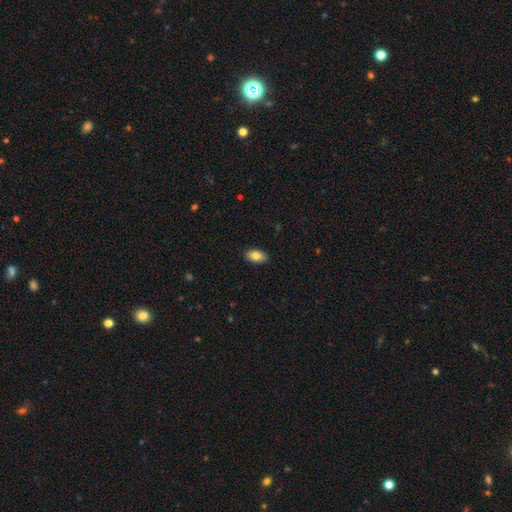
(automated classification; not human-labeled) Q: Smooth or featured?
A: smooth (84%); runner-up: featured or disk (9%)
Q: How rounded?
A: in between (93%); runner-up: round (5%)
Q: Merging?
A: none (89%); runner-up: minor disturbance (8%)